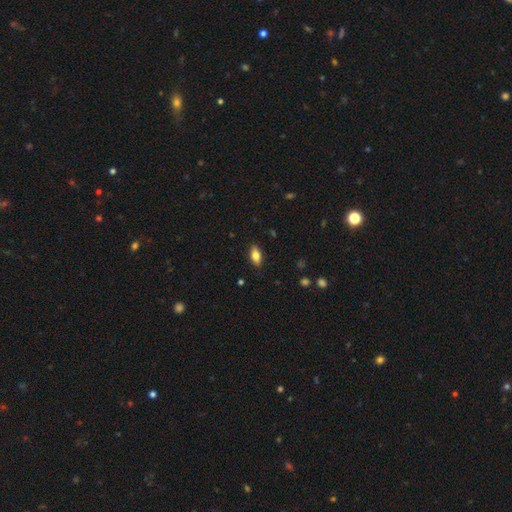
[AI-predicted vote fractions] This is likely a smooth galaxy (74%). How rounded: clearly in between (86%). Merging: clearly none (87%).